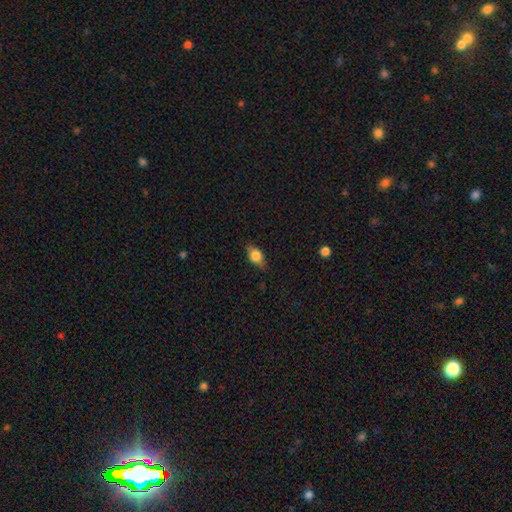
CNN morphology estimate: smooth-or-featured: smooth: 73% | featured or disk: 19% | star or artifact: 8%
  how-rounded: in between: 80% | round: 12% | cigar-shaped: 8%
  merging: none: 80% | minor disturbance: 15% | major disturbance: 3% | merger: 1%